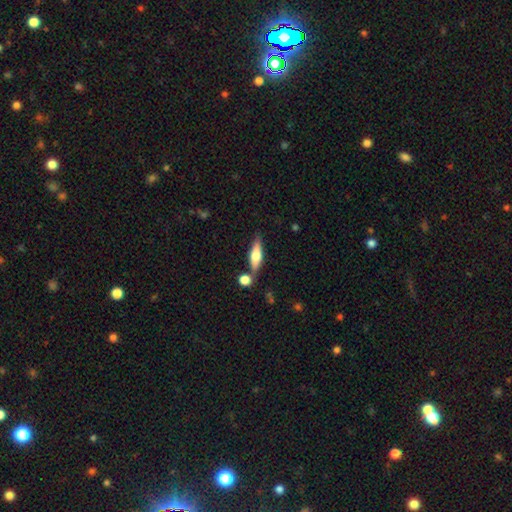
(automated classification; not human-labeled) Smooth or featured? smooth (52%)
How rounded? cigar-shaped (55%)
Merging? none (69%)